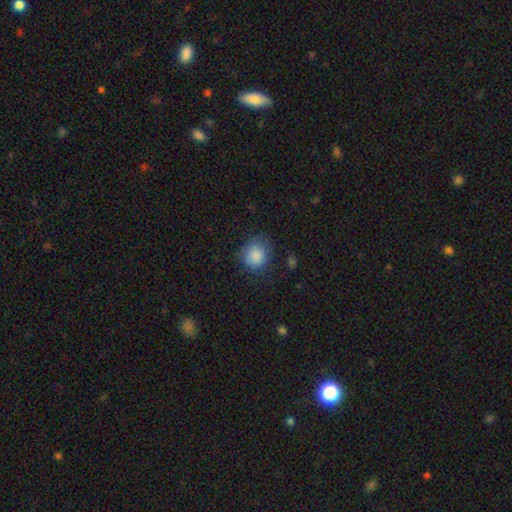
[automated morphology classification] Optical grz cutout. It shows a smooth galaxy with no disk features (86%) that is round (82%). Merging: none (72%).